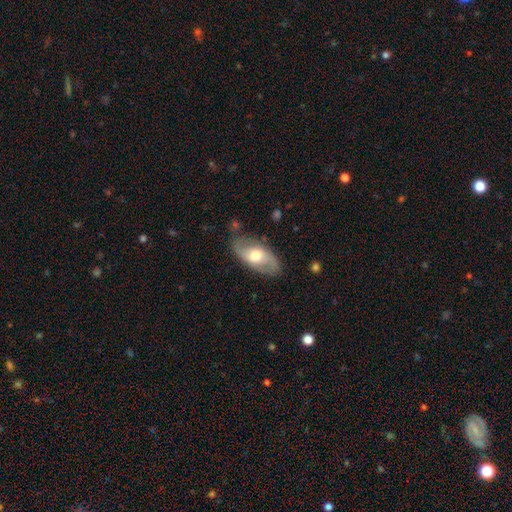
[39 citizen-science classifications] Q: Smooth or featured?
A: smooth (59%); runner-up: featured or disk (36%)
Q: How rounded?
A: in between (87%); runner-up: round (13%)
Q: Merging?
A: none (73%); runner-up: minor disturbance (11%)